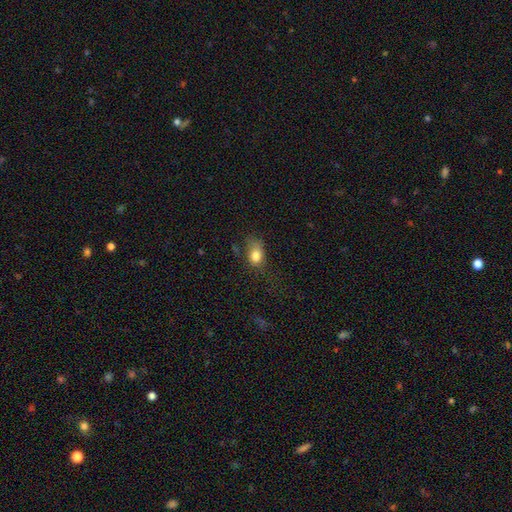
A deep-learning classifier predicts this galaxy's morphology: This appears to be a smooth galaxy with no disk features (81%) that is in between round and cigar-shaped (77%). Merging: none (45%).